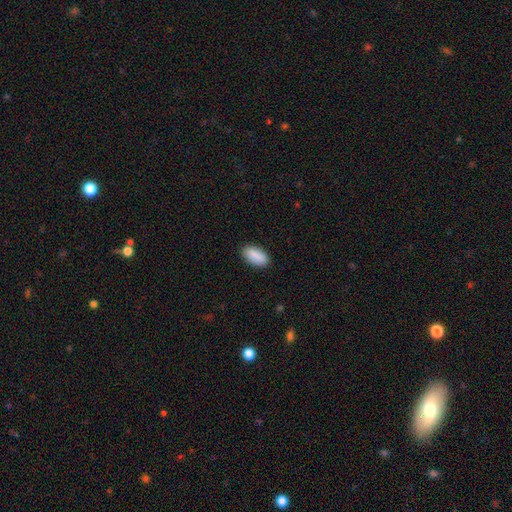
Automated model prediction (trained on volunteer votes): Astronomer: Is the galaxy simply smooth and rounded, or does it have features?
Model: smooth — 89%.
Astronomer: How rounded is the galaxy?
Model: in between — 92%.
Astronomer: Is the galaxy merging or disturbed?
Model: none — 87%.